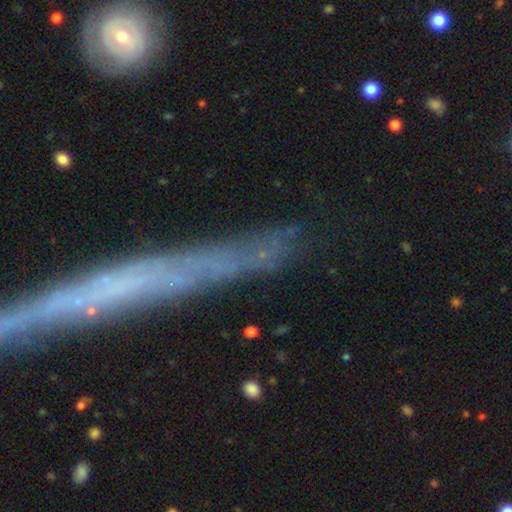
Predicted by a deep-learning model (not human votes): Smooth or featured? featured or disk (41%)
Merging? none (71%)